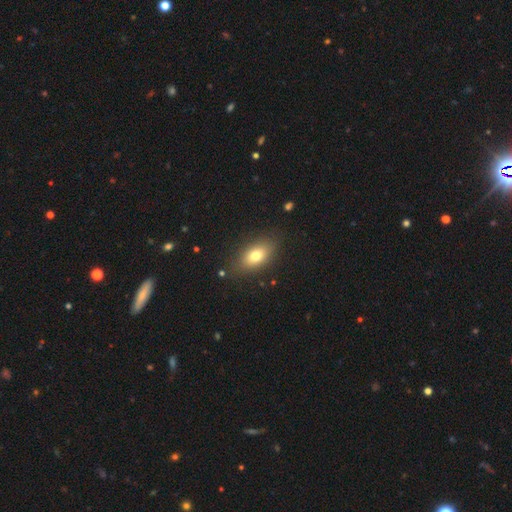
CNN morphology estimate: The model was most divided on "smooth or featured": smooth: 75%, featured or disk: 15%, star or artifact: 9%. More confident: how rounded — in between (85%); merging — none (84%).